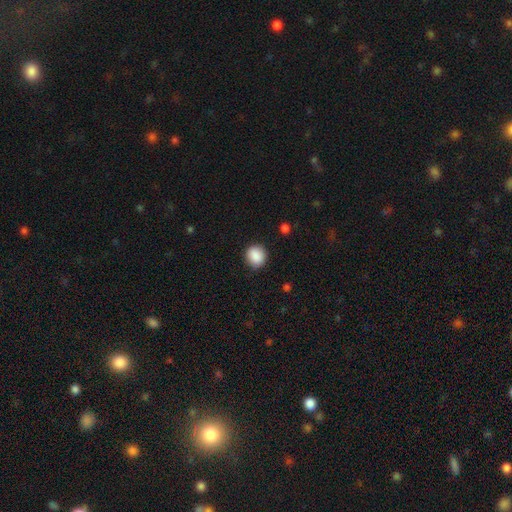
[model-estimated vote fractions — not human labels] Smooth or featured: smooth — 89% (star or artifact — 8%)
How rounded: round — 82% (in between — 17%)
Merging: none — 88% (minor disturbance — 8%)